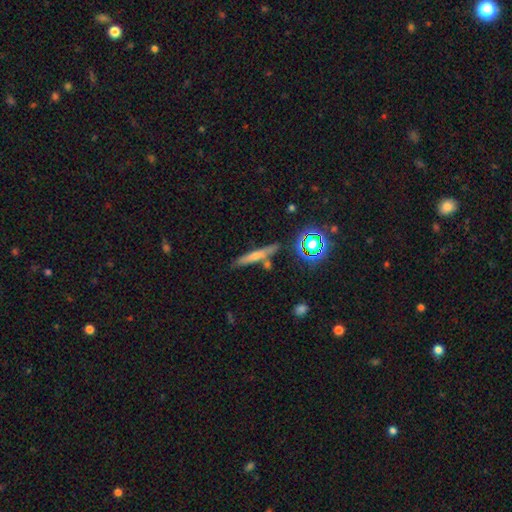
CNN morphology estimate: Smooth or featured: smooth — 46% (featured or disk — 38%)
Merging: none — 79% (minor disturbance — 11%)